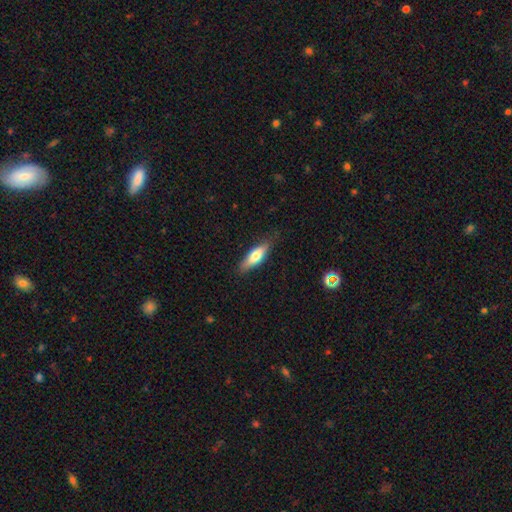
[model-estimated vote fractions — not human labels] Smooth or featured? Predicted: smooth (p=0.67). How rounded? Predicted: in between (p=0.52). Merging? Predicted: none (p=0.79).